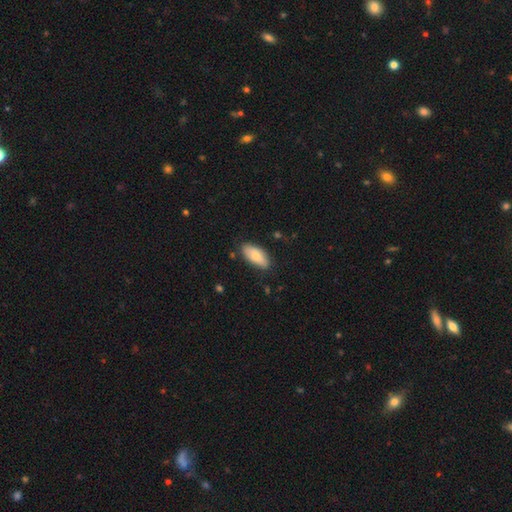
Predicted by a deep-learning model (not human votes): smooth_or_featured: smooth (p=0.76) [alt: featured or disk p=0.18]
how_rounded: in between (p=0.87) [alt: cigar-shaped p=0.11]
merging: none (p=0.83) [alt: minor disturbance p=0.13]